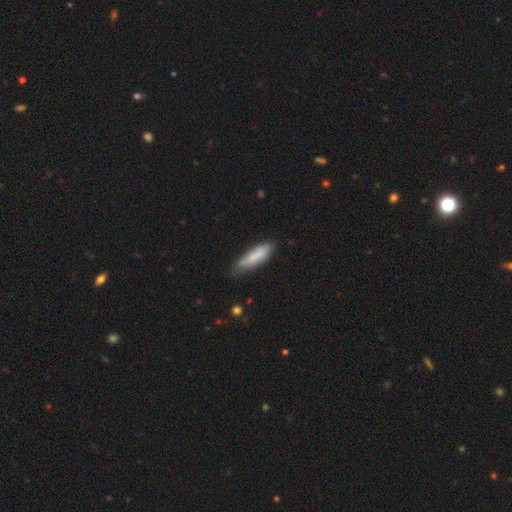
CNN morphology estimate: A smooth galaxy with no disk features (82%) that is cigar-shaped (58%).

Vote fractions:
- Smooth or featured? smooth: 82% / featured or disk: 13% / star or artifact: 6%
- How rounded? cigar-shaped: 58% / in between: 41% / round: 1%
- Merging? none: 58% / minor disturbance: 33% / major disturbance: 7% / merger: 2%